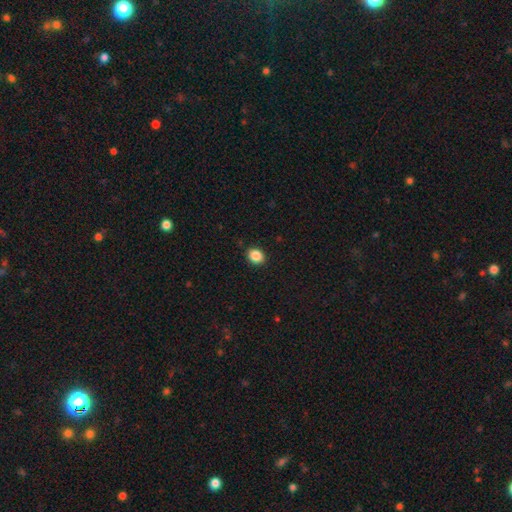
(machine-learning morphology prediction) smooth 87%, star or artifact 10%, featured or disk 3%. Down the decision tree: how rounded — round (61%); merging — none (90%).